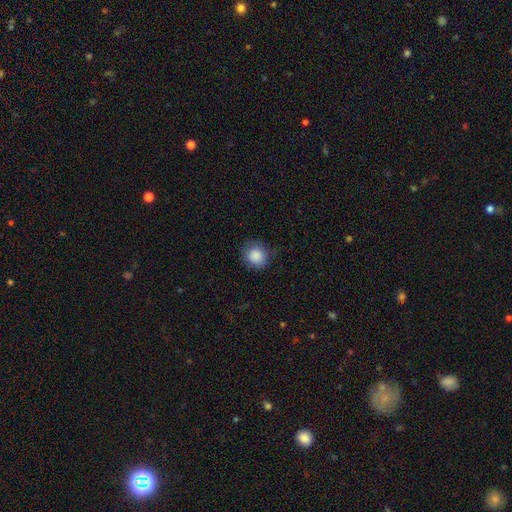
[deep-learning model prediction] This appears to be a smooth galaxy with no disk features (88%) that is round (85%). Merging: none (80%).